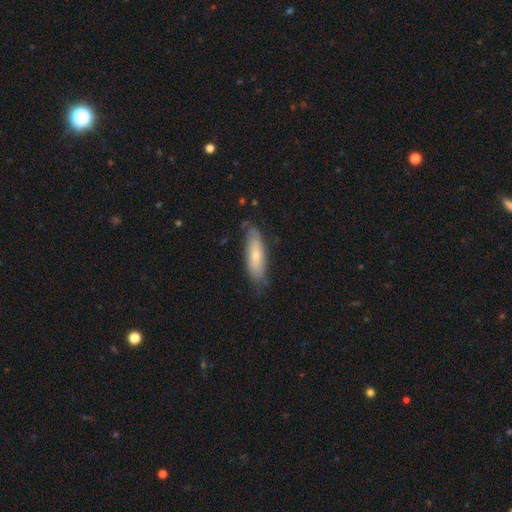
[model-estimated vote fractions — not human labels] A smooth galaxy with no disk features (61%) that is cigar-shaped (52%).

Vote fractions:
- Smooth or featured? smooth: 61% / featured or disk: 33% / star or artifact: 6%
- How rounded? cigar-shaped: 52% / in between: 46% / round: 2%
- Merging? none: 70% / minor disturbance: 23% / major disturbance: 5% / merger: 2%